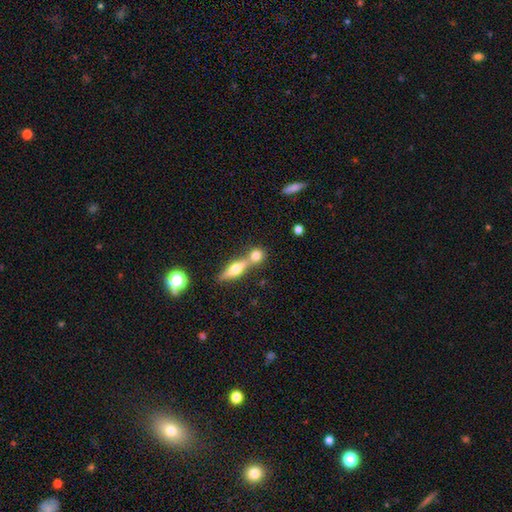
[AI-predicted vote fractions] This is likely a smooth galaxy (72%). How rounded: likely round (67%). Merging: possibly none (46%).